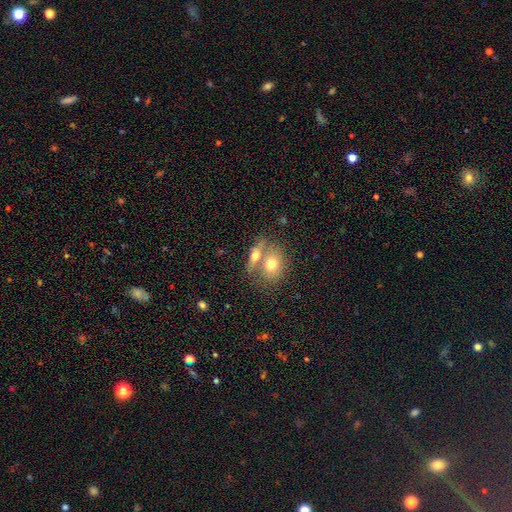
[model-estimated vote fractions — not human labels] A smooth galaxy with no disk features (60%) that is in between round and cigar-shaped (61%). Merging: merger (51%).